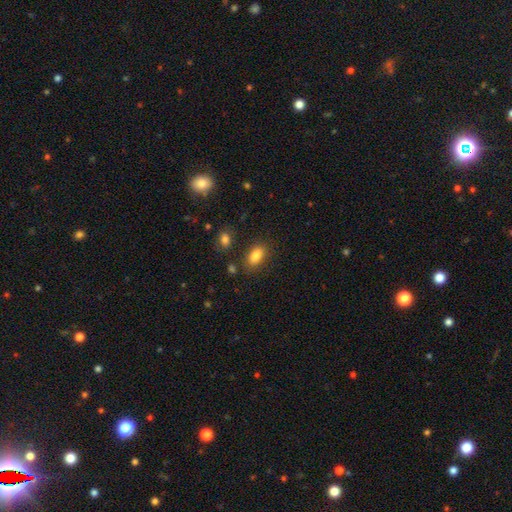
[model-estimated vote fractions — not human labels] Smooth or featured: smooth — 85% (star or artifact — 8%)
How rounded: in between — 91% (round — 6%)
Merging: none — 80% (minor disturbance — 12%)